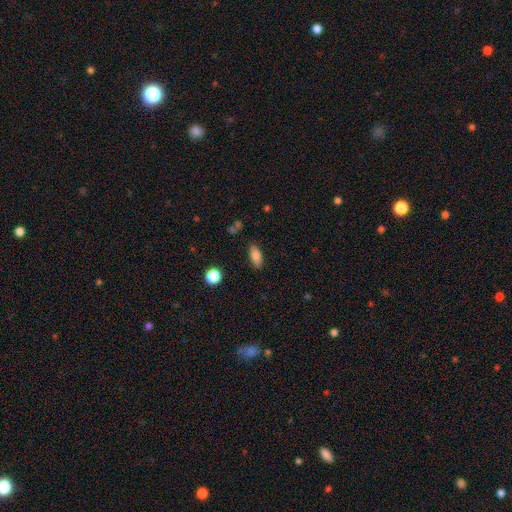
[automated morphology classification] A smooth galaxy with no disk features (79%) that is in between round and cigar-shaped (86%). Merging: none (85%).